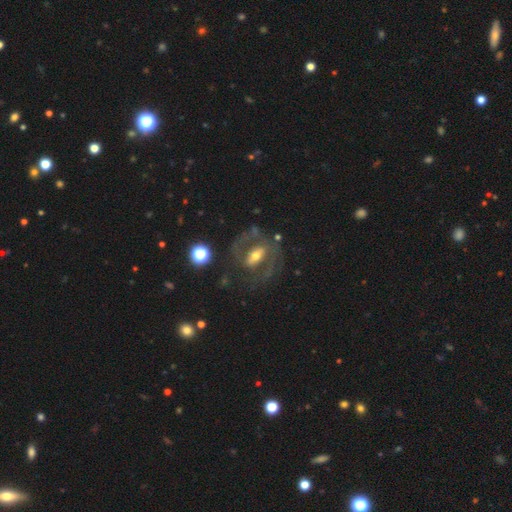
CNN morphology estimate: A featured or disk galaxy (76%) with a strong bar (47%), 2 (78%) medium (51%) spiral arms (76%) and a moderate central bulge (60%).

Vote fractions:
- Smooth or featured? featured or disk: 76% / smooth: 16% / star or artifact: 8%
- Edge-on disk? no: 94% / yes: 6%
- Bar? strong: 47% / weak: 33% / no: 20%
- Spiral arms? yes: 76% / no: 24%
- Spiral winding? medium: 51% / tight: 27% / loose: 22%
- Spiral arm count? 2: 78% / can't tell: 11% / 1: 5% / 3: 3% / 4: 1% / more than 4: 1%
- Bulge size? moderate: 60% / small: 27% / large: 10% / none: 2% / dominant: 1%
- Merging? none: 59% / major disturbance: 21% / minor disturbance: 17% / merger: 4%